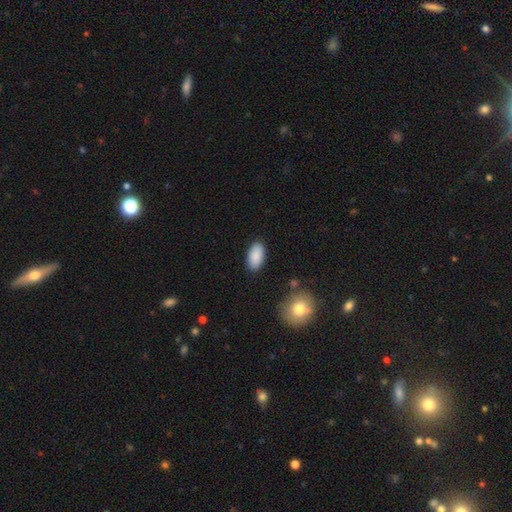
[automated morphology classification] Smooth or featured: smooth — 89% (star or artifact — 6%)
How rounded: in between — 94% (cigar-shaped — 3%)
Merging: none — 87% (minor disturbance — 9%)